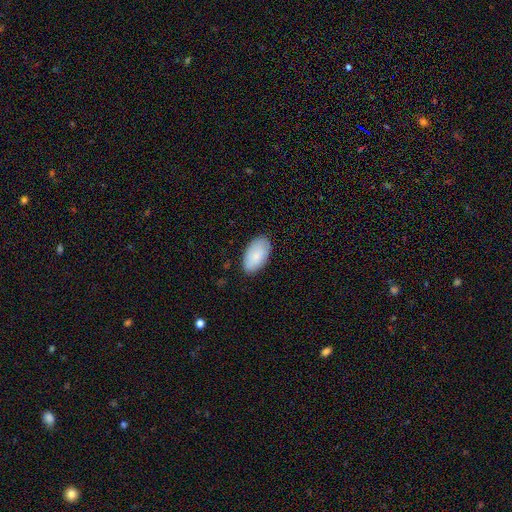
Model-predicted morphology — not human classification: Q: Smooth or featured?
A: smooth (83%); runner-up: featured or disk (11%)
Q: How rounded?
A: in between (96%); runner-up: round (3%)
Q: Merging?
A: none (84%); runner-up: minor disturbance (12%)